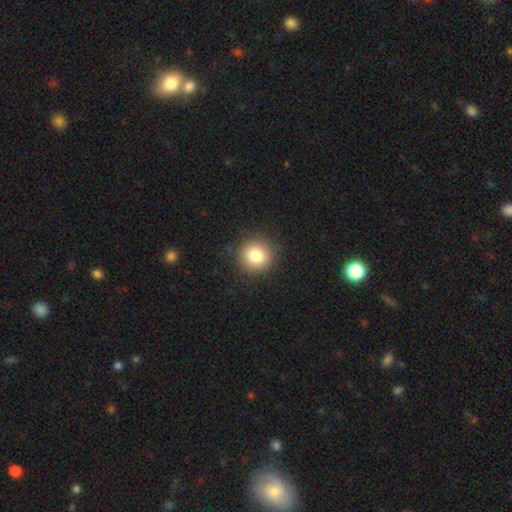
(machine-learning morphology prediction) Smooth or featured? Predicted: smooth (p=0.83). How rounded? Predicted: round (p=0.93). Merging? Predicted: none (p=0.89).